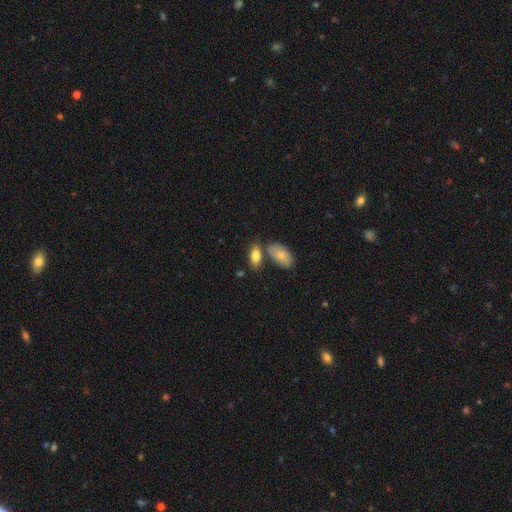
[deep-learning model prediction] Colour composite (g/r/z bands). It shows a smooth galaxy with no disk features (79%) that is in between round and cigar-shaped (89%). Merging: none (59%).